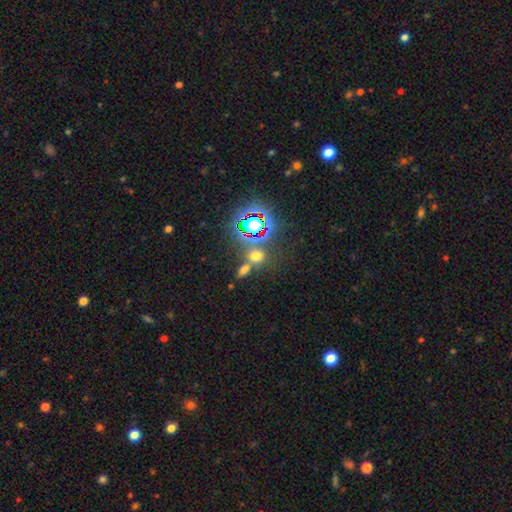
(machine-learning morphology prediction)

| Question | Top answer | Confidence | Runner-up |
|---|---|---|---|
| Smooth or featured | smooth | 54% | star or artifact (36%) |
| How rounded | round | 51% | in between (45%) |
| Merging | none | 58% | merger (28%) |